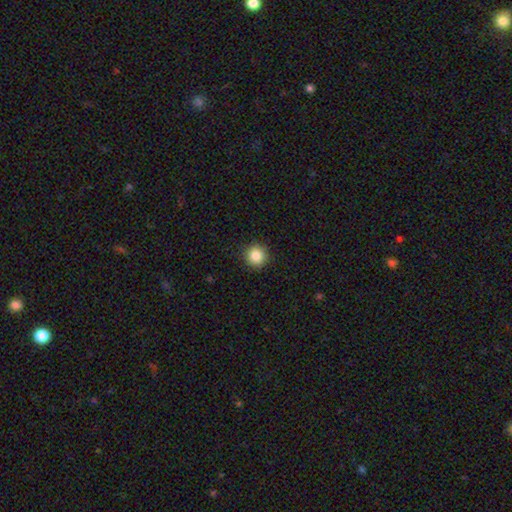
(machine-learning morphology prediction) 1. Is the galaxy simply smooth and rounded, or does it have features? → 85% smooth, 10% star or artifact, 5% featured or disk.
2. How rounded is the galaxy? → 94% round, 5% in between, 1% cigar-shaped.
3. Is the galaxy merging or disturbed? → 92% none, 5% minor disturbance, 2% major disturbance, 1% merger.